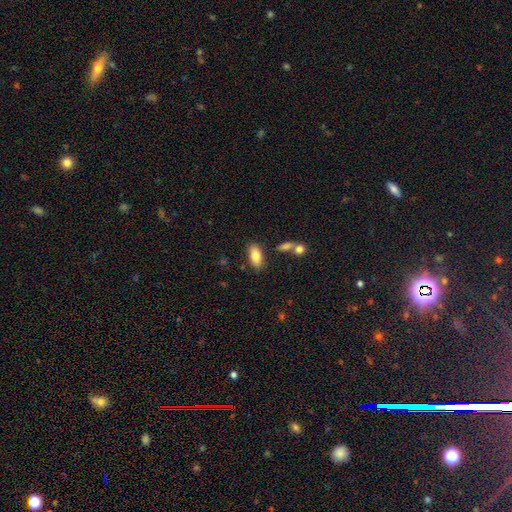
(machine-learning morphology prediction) A smooth galaxy with no disk features (82%) that is in between round and cigar-shaped (89%).

Vote fractions:
- Smooth or featured? smooth: 82% / featured or disk: 10% / star or artifact: 7%
- How rounded? in between: 89% / cigar-shaped: 7% / round: 3%
- Merging? none: 79% / minor disturbance: 12% / merger: 6% / major disturbance: 3%